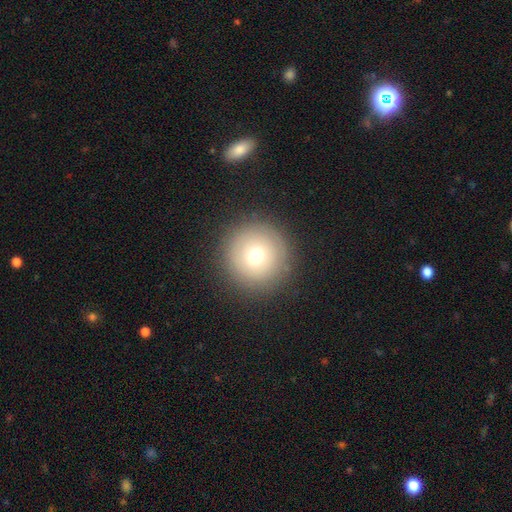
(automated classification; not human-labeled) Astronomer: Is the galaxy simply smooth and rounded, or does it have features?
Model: smooth — 69%.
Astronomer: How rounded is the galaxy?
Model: round — 96%.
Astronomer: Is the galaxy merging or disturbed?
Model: none — 89%.